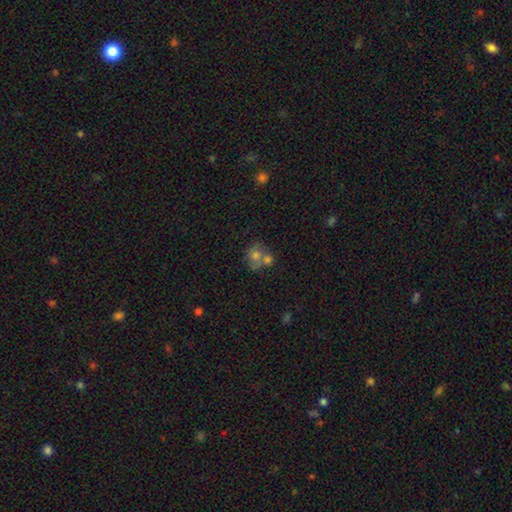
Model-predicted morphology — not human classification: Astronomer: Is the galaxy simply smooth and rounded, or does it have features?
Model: smooth — 64%.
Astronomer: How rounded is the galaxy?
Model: round — 75%.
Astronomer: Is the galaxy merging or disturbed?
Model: merger — 50% (runner-up: none, 35%).